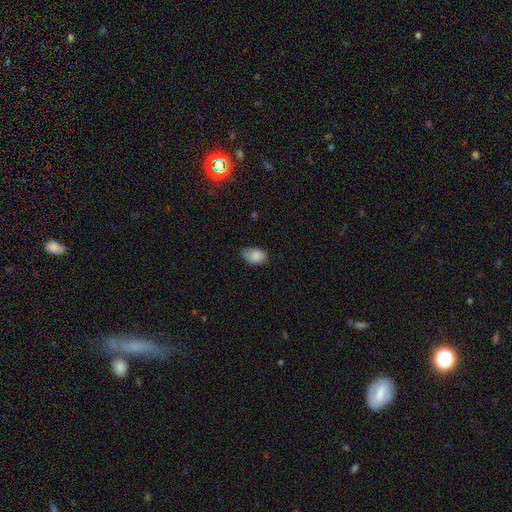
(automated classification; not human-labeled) Q: Smooth or featured?
A: smooth (86%); runner-up: star or artifact (8%)
Q: How rounded?
A: in between (89%); runner-up: round (10%)
Q: Merging?
A: none (69%); runner-up: minor disturbance (26%)